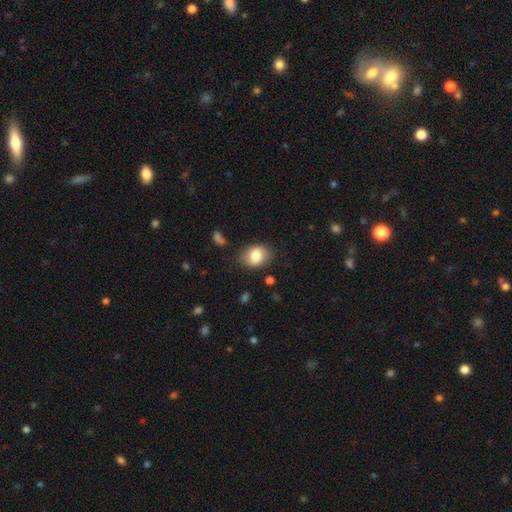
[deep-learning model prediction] This appears to be a smooth galaxy with no disk features (81%) that is in between round and cigar-shaped (66%). Merging: none (80%).